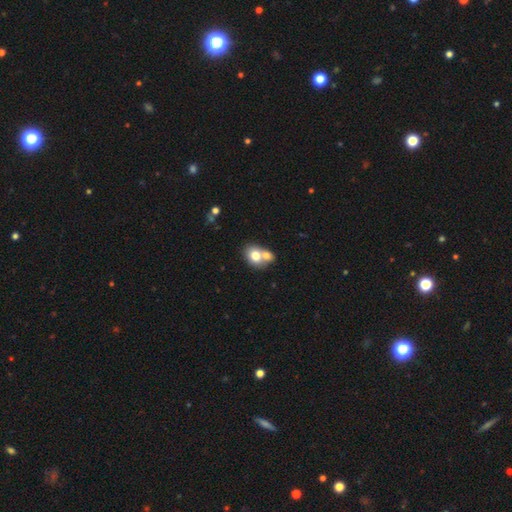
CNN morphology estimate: Smooth or featured? smooth (74%)
How rounded? round (50%)
Merging? merger (60%)